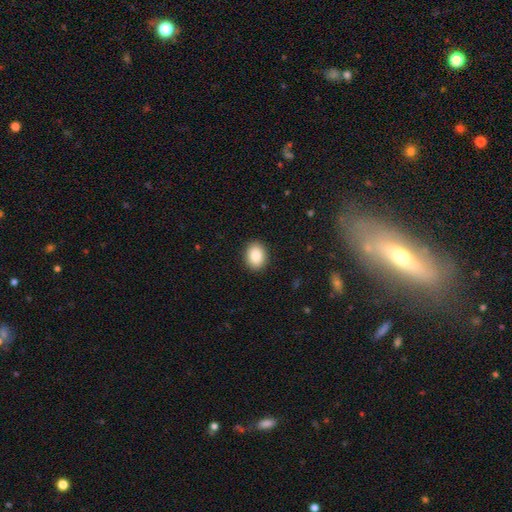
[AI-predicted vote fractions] Morphology: type=smooth (88%); roundness=in between (64%); merging=none (90%).